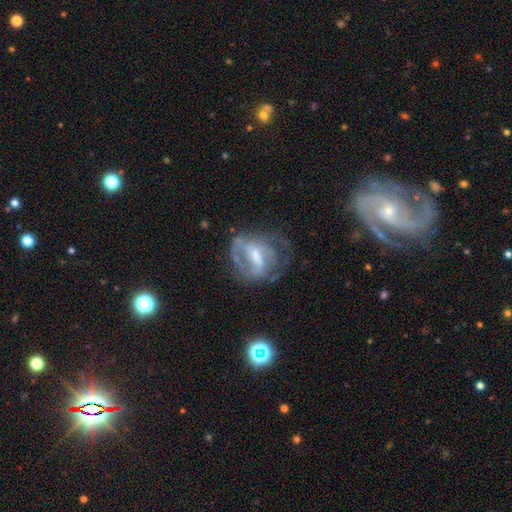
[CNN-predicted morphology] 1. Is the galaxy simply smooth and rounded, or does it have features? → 73% featured or disk, 19% smooth, 8% star or artifact.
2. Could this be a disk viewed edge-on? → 96% no, 4% yes.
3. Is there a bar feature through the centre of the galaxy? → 44% weak, 40% strong, 16% no.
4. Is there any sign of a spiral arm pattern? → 73% yes, 27% no.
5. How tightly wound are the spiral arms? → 42% medium, 38% tight, 20% loose.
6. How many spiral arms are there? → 39% 2, 33% can't tell, 14% 1, 9% 3, 3% 4, 2% more than 4.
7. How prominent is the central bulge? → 43% moderate, 29% small, 17% none, 9% large, 1% dominant.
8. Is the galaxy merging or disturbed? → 47% none, 28% major disturbance, 23% minor disturbance, 3% merger.